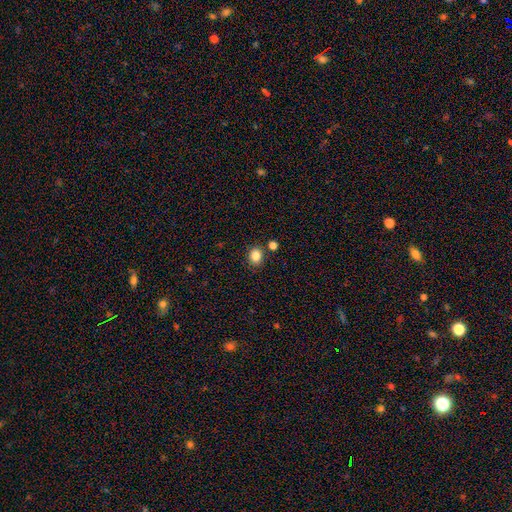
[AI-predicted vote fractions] Morphology: type=smooth (84%); roundness=round (60%); merging=none (82%).